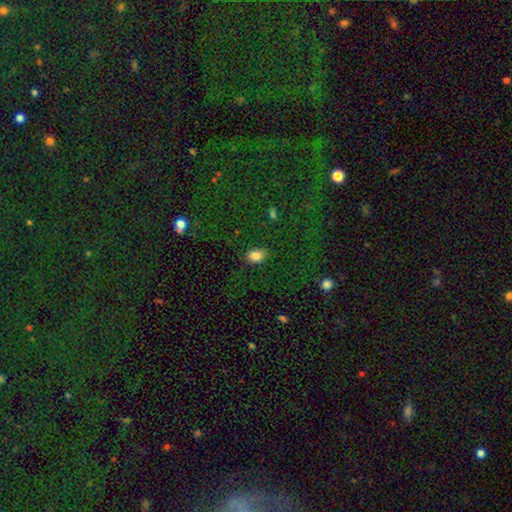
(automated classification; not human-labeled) Smooth or featured? Predicted: smooth (p=0.84). How rounded? Predicted: in between (p=0.76). Merging? Predicted: none (p=0.84).